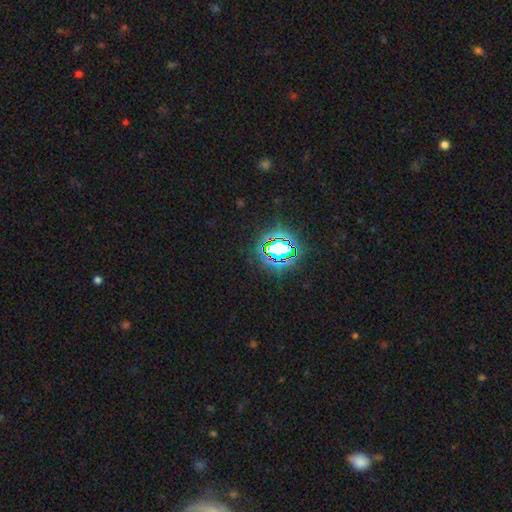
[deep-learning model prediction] This is clearly a star or artifact rather than a galaxy (80%).